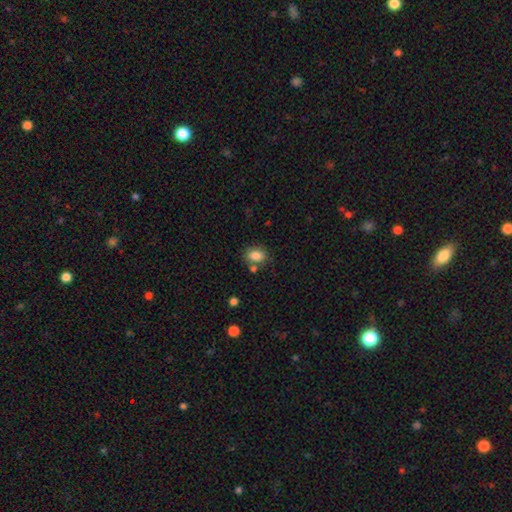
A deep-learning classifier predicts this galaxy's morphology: The model was most divided on "how rounded": in between: 75%, round: 24%, cigar-shaped: 1%. More confident: smooth or featured — smooth (85%); merging — none (68%).